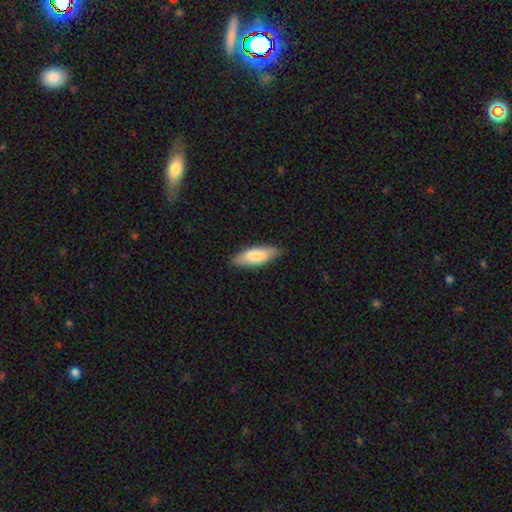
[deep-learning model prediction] A smooth galaxy with no disk features (79%) that is in between round and cigar-shaped (66%). Merging: none (82%).